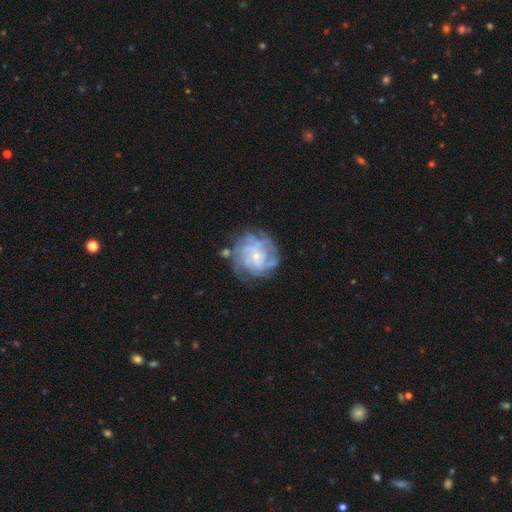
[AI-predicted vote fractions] smooth_or_featured: featured or disk (p=0.79) [alt: smooth p=0.13]
disk_edge_on: no (p=0.98) [alt: yes p=0.02]
bar: no (p=0.73) [alt: weak p=0.23]
has_spiral_arms: yes (p=0.88) [alt: no p=0.12]
spiral_winding: tight (p=0.58) [alt: medium p=0.31]
spiral_arm_count: can't tell (p=0.39) [alt: 4 p=0.22]
bulge_size: small (p=0.77) [alt: moderate p=0.15]
merging: none (p=0.65) [alt: minor disturbance p=0.19]